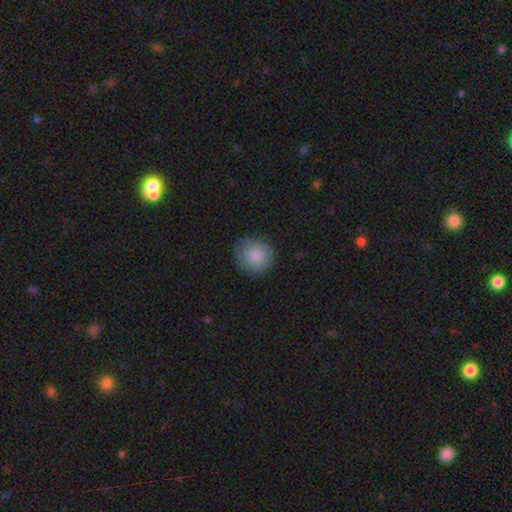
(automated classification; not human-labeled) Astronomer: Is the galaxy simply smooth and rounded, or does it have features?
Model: smooth — 84%.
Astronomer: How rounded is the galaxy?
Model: round — 90%.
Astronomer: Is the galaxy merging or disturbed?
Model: none — 75%.